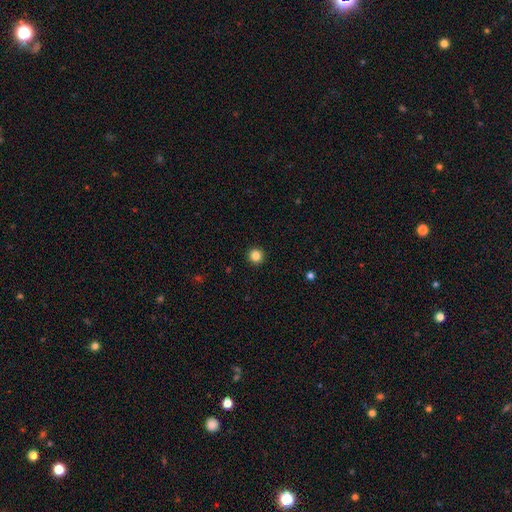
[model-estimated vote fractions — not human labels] Smooth or featured? Predicted: smooth (p=0.84). How rounded? Predicted: round (p=0.95). Merging? Predicted: none (p=0.93).